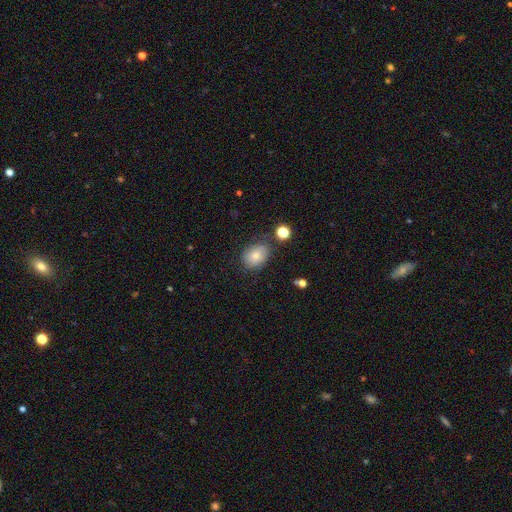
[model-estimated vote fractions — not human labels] Q: Smooth or featured?
A: smooth (76%); runner-up: featured or disk (13%)
Q: How rounded?
A: in between (62%); runner-up: round (37%)
Q: Merging?
A: none (72%); runner-up: minor disturbance (19%)